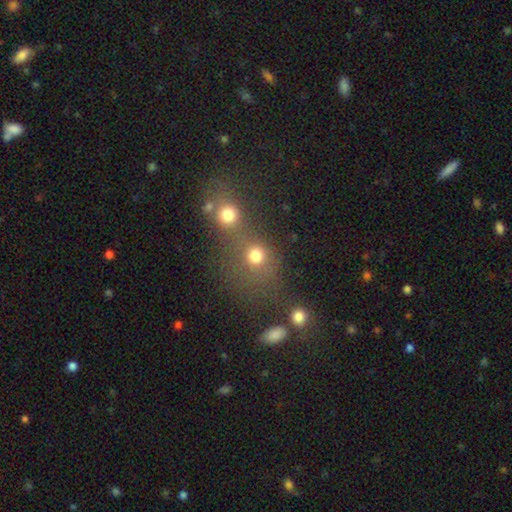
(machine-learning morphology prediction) The model was most divided on "merging": merger: 46%, none: 41%, minor disturbance: 7%, major disturbance: 6%. More confident: how rounded — round (81%); smooth or featured — smooth (74%).